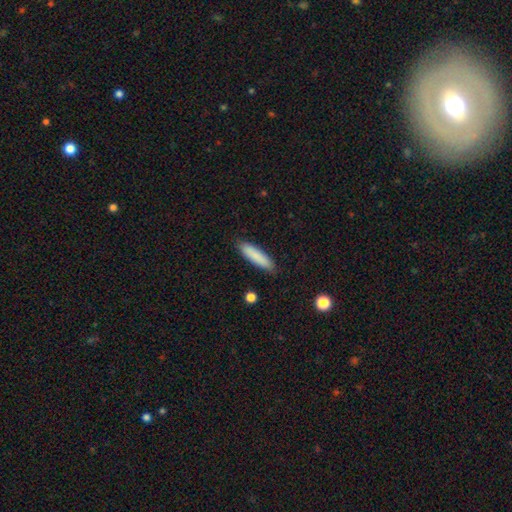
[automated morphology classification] Smooth or featured? Predicted: smooth (p=0.86). How rounded? Predicted: cigar-shaped (p=0.74). Merging? Predicted: none (p=0.88).